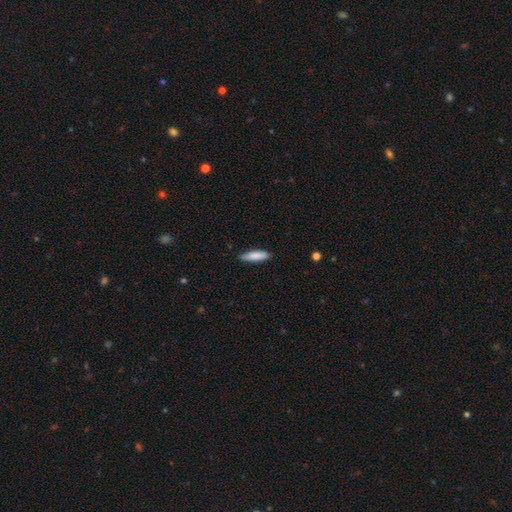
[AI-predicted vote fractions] smooth_or_featured: smooth (p=0.84) [alt: featured or disk p=0.10]
how_rounded: cigar-shaped (p=0.70) [alt: in between p=0.29]
merging: none (p=0.85) [alt: minor disturbance p=0.12]